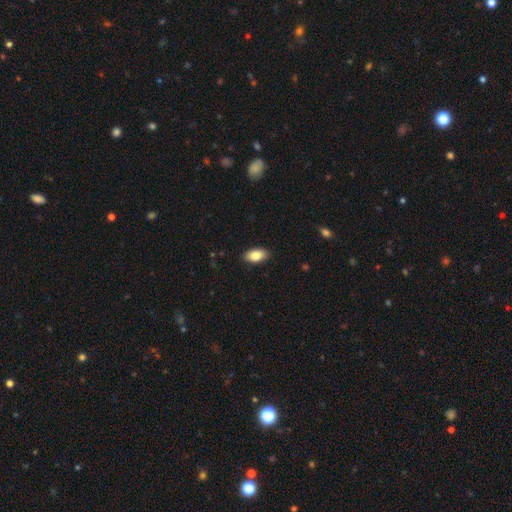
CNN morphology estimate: smooth 84%, featured or disk 9%, star or artifact 7%. Down the decision tree: how rounded — in between (93%); merging — none (89%).